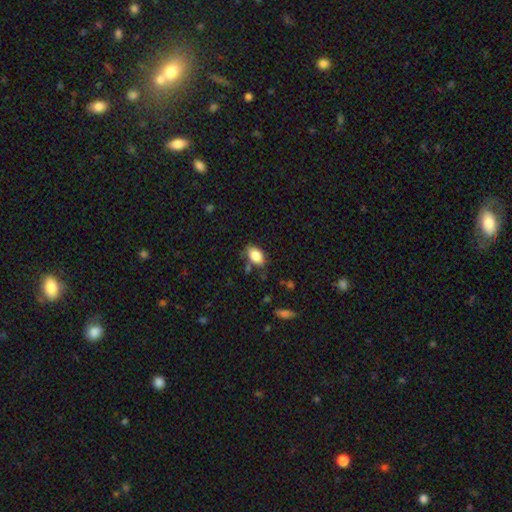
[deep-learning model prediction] smooth_or_featured: smooth (p=0.84) [alt: featured or disk p=0.08]
how_rounded: in between (p=0.90) [alt: round p=0.09]
merging: none (p=0.75) [alt: minor disturbance p=0.17]